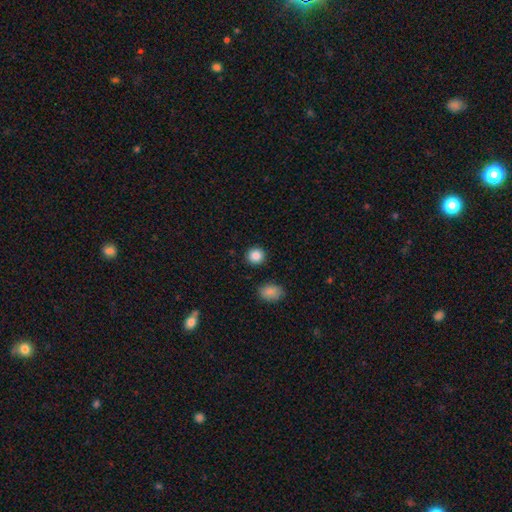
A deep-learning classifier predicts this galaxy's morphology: smooth_or_featured: smooth (p=0.87) [alt: star or artifact p=0.09]
how_rounded: round (p=0.90) [alt: in between p=0.09]
merging: none (p=0.90) [alt: minor disturbance p=0.06]